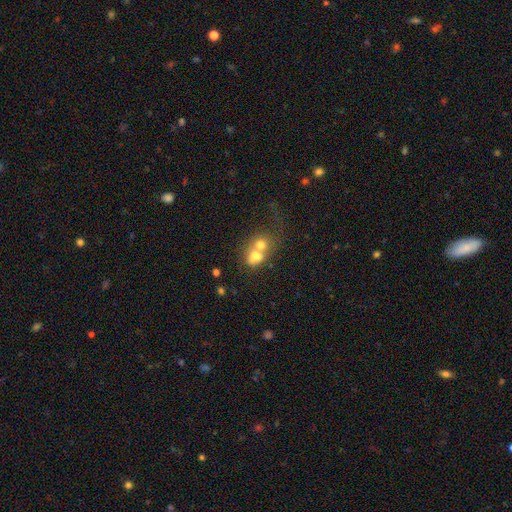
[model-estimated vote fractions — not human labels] Overall: smooth (65%). How rounded: round (53%; in between 46%). Merging: merger (70%).